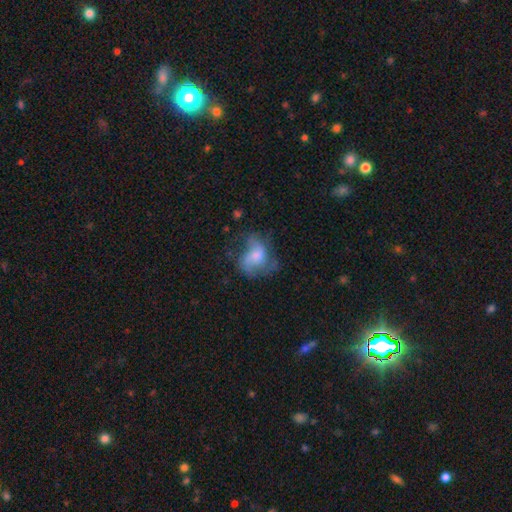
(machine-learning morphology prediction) Smooth or featured? Predicted: featured or disk (p=0.57). Edge-on disk? Predicted: no (p=0.97). Bar? Predicted: no (p=0.66). Spiral arms? Predicted: yes (p=0.77). Bulge size? Predicted: moderate (p=0.39). Merging? Predicted: none (p=0.40).